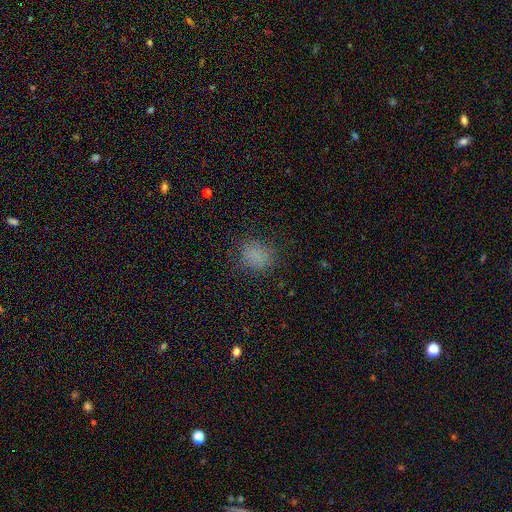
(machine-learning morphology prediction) type=smooth (80%); roundness=round (60%); merging=none (81%).